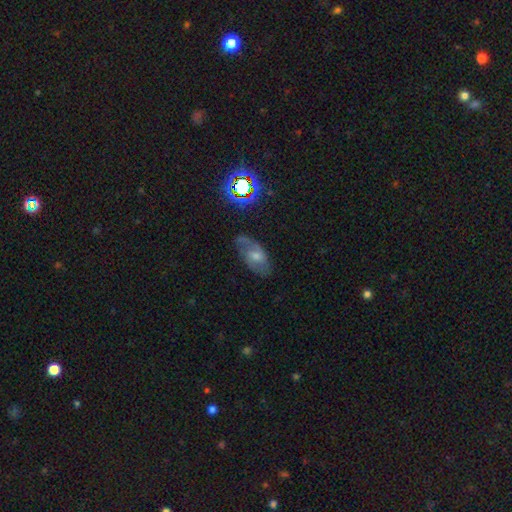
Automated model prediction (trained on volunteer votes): featured or disk 56%, smooth 27%, star or artifact 17%. Down the decision tree: edge-on disk — no (92%); bar — no (59%); spiral arms — yes (82%); bulge size — moderate (54%); merging — none (64%).